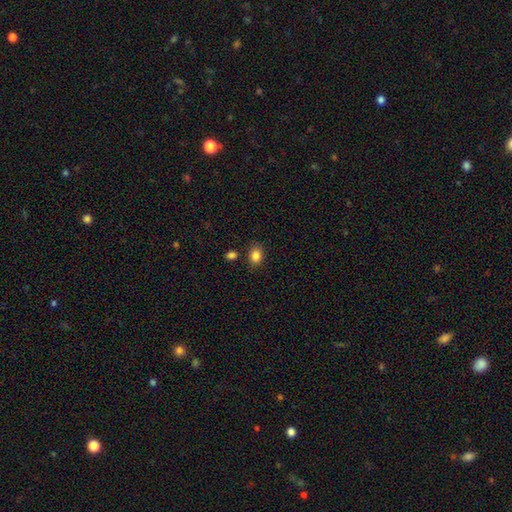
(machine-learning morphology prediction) smooth-or-featured: smooth: 86% | star or artifact: 10% | featured or disk: 4%
  how-rounded: in between: 63% | round: 36% | cigar-shaped: 1%
  merging: none: 80% | minor disturbance: 11% | merger: 6% | major disturbance: 3%